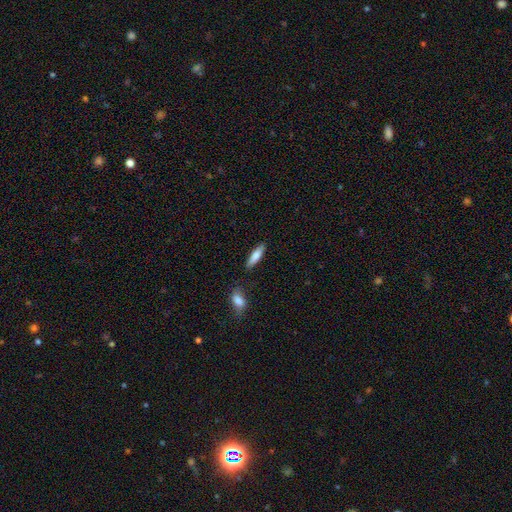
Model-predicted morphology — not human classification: Q: Smooth or featured?
A: smooth (78%); runner-up: featured or disk (16%)
Q: How rounded?
A: cigar-shaped (66%); runner-up: in between (32%)
Q: Merging?
A: none (81%); runner-up: minor disturbance (11%)